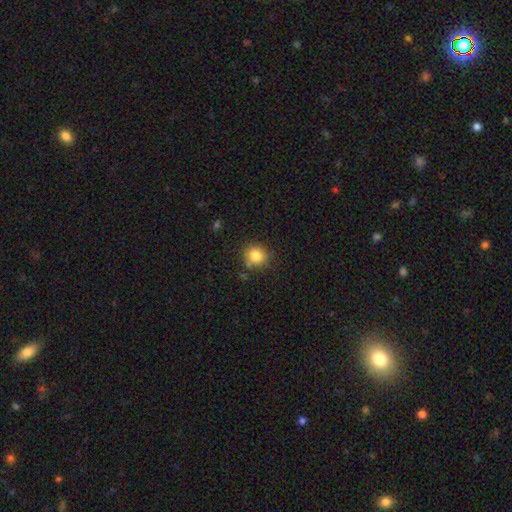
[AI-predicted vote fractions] Smooth or featured? smooth (83%)
How rounded? round (83%)
Merging? none (80%)